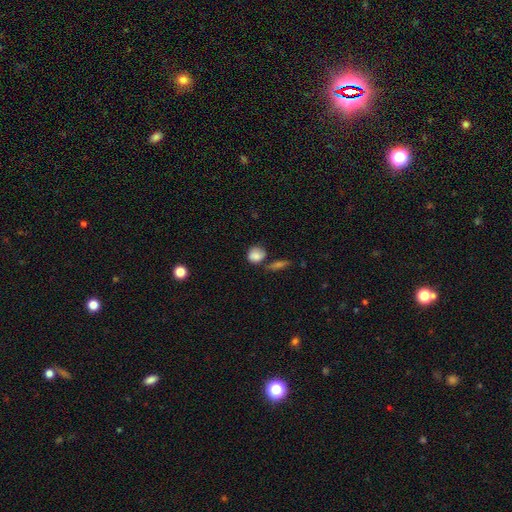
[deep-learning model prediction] Smooth or featured? smooth (83%)
How rounded? round (76%)
Merging? none (59%)